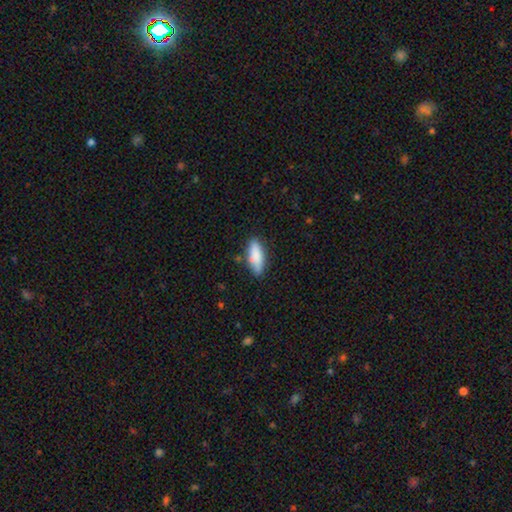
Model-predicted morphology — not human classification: smooth-or-featured: smooth: 84% | featured or disk: 10% | star or artifact: 6%
  how-rounded: in between: 68% | cigar-shaped: 30% | round: 2%
  merging: none: 75% | minor disturbance: 18% | major disturbance: 3% | merger: 3%